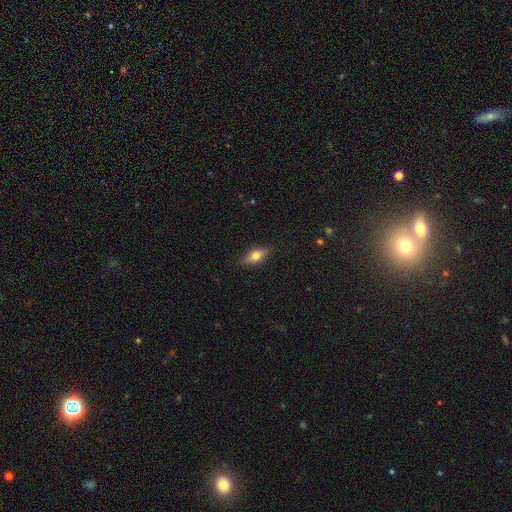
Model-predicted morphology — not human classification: Smooth or featured? Predicted: smooth (p=0.65). How rounded? Predicted: in between (p=0.76). Merging? Predicted: none (p=0.85).